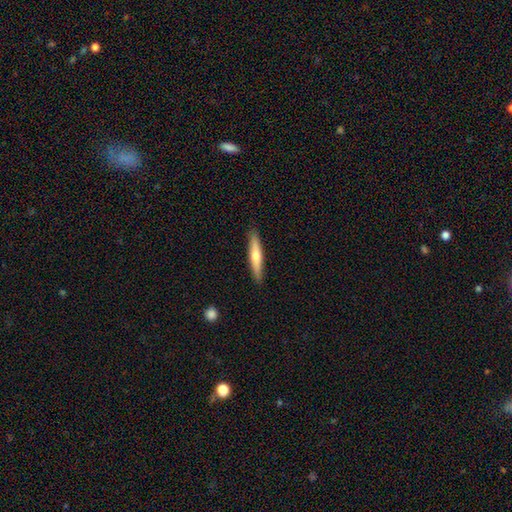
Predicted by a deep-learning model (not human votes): Q: Smooth or featured?
A: smooth (54%); runner-up: featured or disk (41%)
Q: How rounded?
A: cigar-shaped (91%); runner-up: in between (8%)
Q: Merging?
A: none (90%); runner-up: minor disturbance (7%)